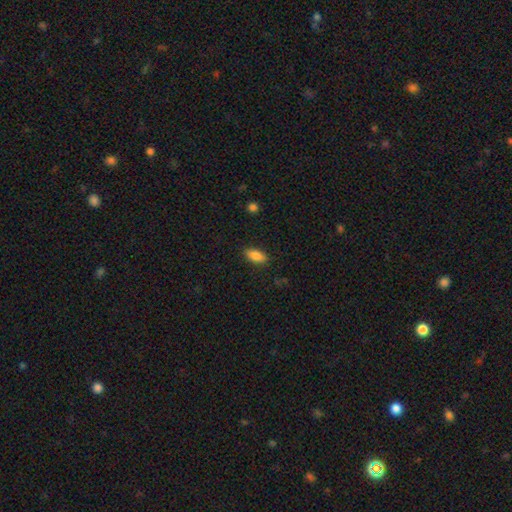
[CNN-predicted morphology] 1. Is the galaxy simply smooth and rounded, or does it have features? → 84% smooth, 8% featured or disk, 8% star or artifact.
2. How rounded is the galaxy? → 87% in between, 10% cigar-shaped, 3% round.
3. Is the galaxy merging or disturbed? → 87% none, 9% minor disturbance, 2% major disturbance, 1% merger.